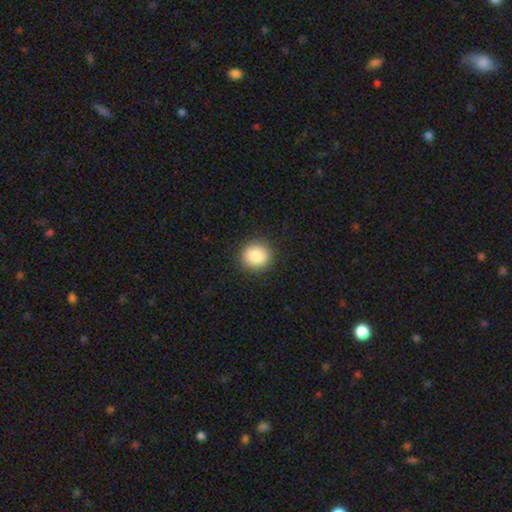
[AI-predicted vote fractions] Q: Smooth or featured?
A: smooth (86%); runner-up: star or artifact (9%)
Q: How rounded?
A: round (89%); runner-up: in between (10%)
Q: Merging?
A: none (90%); runner-up: minor disturbance (7%)